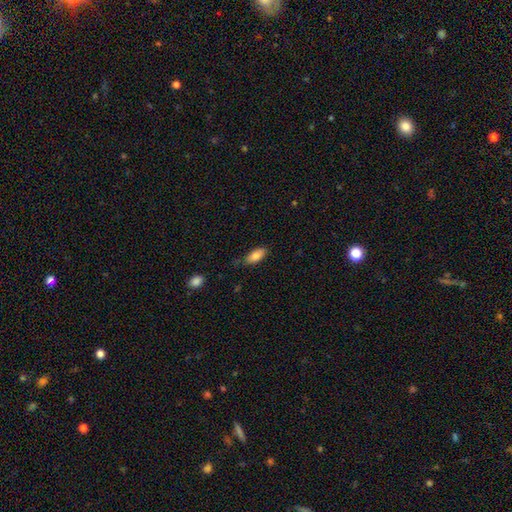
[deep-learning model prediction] The model was most divided on "merging": none: 78%, minor disturbance: 17%, major disturbance: 3%, merger: 2%. More confident: how rounded — in between (86%); smooth or featured — smooth (82%).